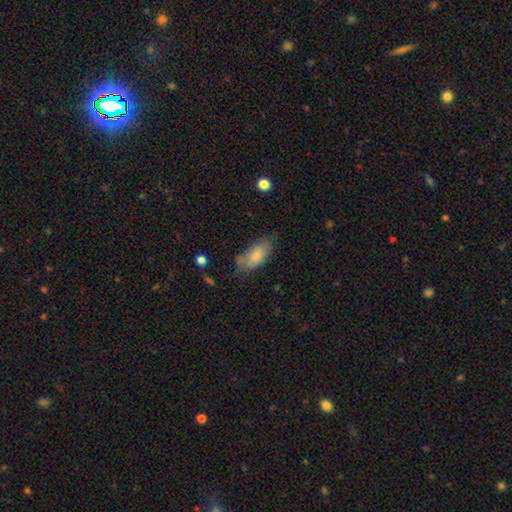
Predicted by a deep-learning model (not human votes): A smooth galaxy with no disk features (76%) that is in between round and cigar-shaped (90%).

Vote fractions:
- Smooth or featured? smooth: 76% / featured or disk: 18% / star or artifact: 6%
- How rounded? in between: 90% / cigar-shaped: 7% / round: 3%
- Merging? none: 57% / minor disturbance: 31% / major disturbance: 9% / merger: 3%